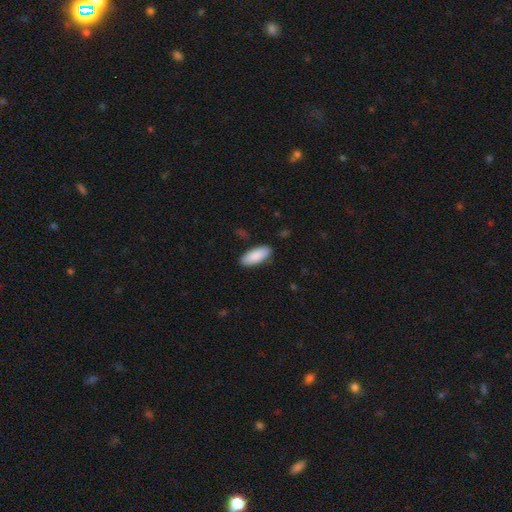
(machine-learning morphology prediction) Smooth or featured?
  - smooth: 90% *
  - star or artifact: 5%
  - featured or disk: 5%
How rounded?
  - in between: 82% *
  - cigar-shaped: 16%
  - round: 2%
Merging?
  - none: 88% *
  - minor disturbance: 9%
  - major disturbance: 2%
  - merger: 1%